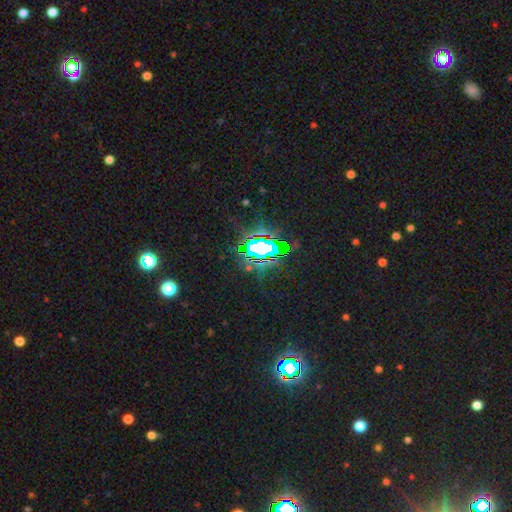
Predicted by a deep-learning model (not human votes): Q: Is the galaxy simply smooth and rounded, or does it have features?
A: star or artifact — 77%.